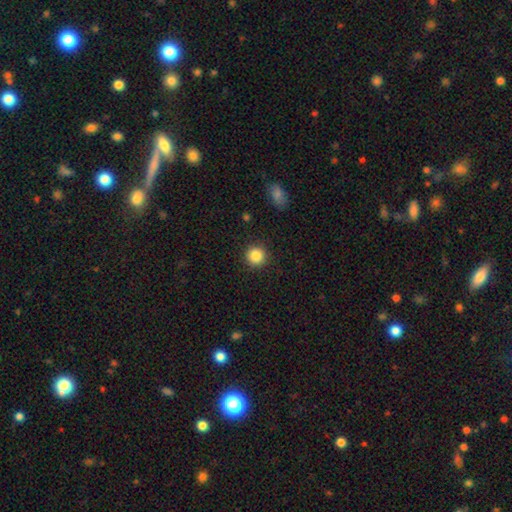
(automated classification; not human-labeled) Smooth or featured: smooth — 86% (star or artifact — 10%)
How rounded: round — 94% (in between — 5%)
Merging: none — 91% (minor disturbance — 6%)